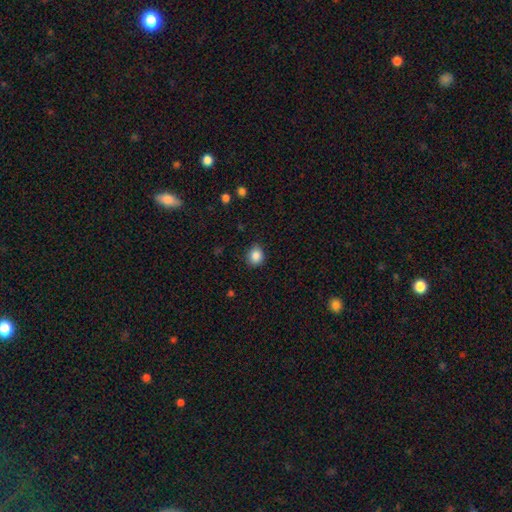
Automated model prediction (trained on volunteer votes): Morphology: type=smooth (86%); roundness=round (74%); merging=none (83%).